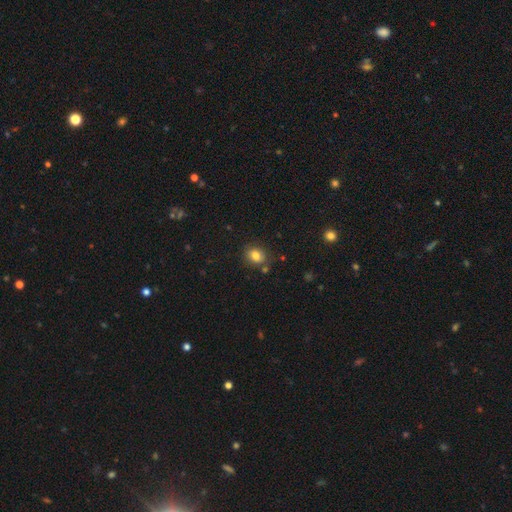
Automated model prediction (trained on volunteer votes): A smooth galaxy with no disk features (80%) that is round (51%). Merging: none (76%).